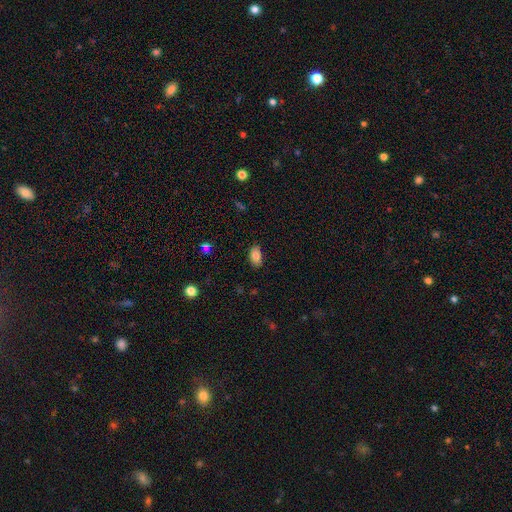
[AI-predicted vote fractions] Smooth or featured: smooth — 82% (featured or disk — 9%)
How rounded: in between — 93% (round — 5%)
Merging: none — 84% (minor disturbance — 12%)